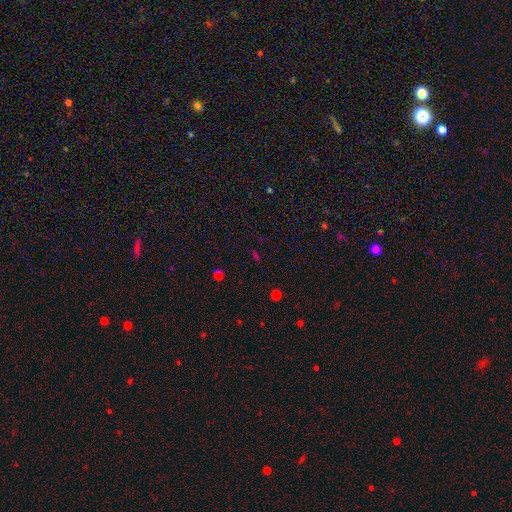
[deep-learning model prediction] This appears to be a star or artifact, not a galaxy (55%).